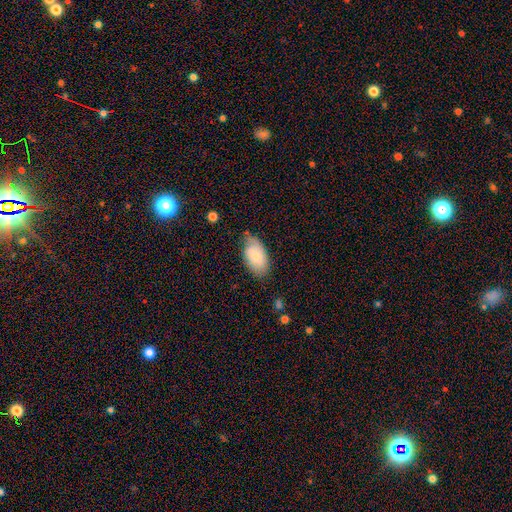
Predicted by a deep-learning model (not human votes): This appears to be a smooth galaxy with no disk features (66%) that is in between round and cigar-shaped (95%). Merging: none (65%).